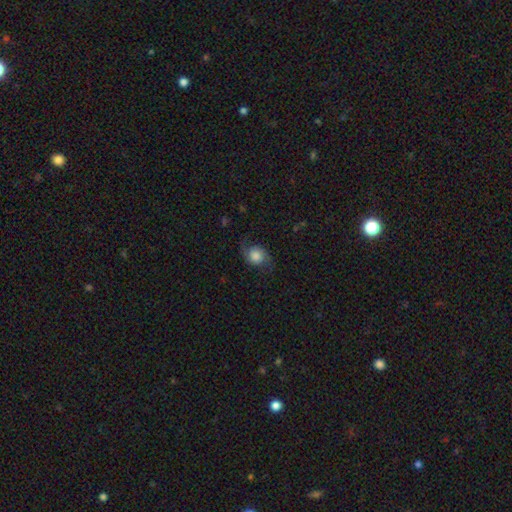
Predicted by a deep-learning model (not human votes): A featured or disk galaxy (57%) with no bar (73%), 2 (91%) loose (61%) spiral arms (92%) and a large central bulge (36%).

Vote fractions:
- Smooth or featured? featured or disk: 57% / smooth: 33% / star or artifact: 10%
- Edge-on disk? no: 97% / yes: 3%
- Bar? no: 73% / weak: 23% / strong: 4%
- Spiral arms? yes: 92% / no: 8%
- Spiral winding? loose: 61% / medium: 31% / tight: 8%
- Spiral arm count? 2: 91% / 1: 3% / can't tell: 2% / 3: 1% / 4: 1% / more than 4: 1%
- Bulge size? large: 36% / moderate: 30% / dominant: 14% / small: 12% / none: 8%
- Merging? none: 72% / minor disturbance: 17% / major disturbance: 10% / merger: 1%